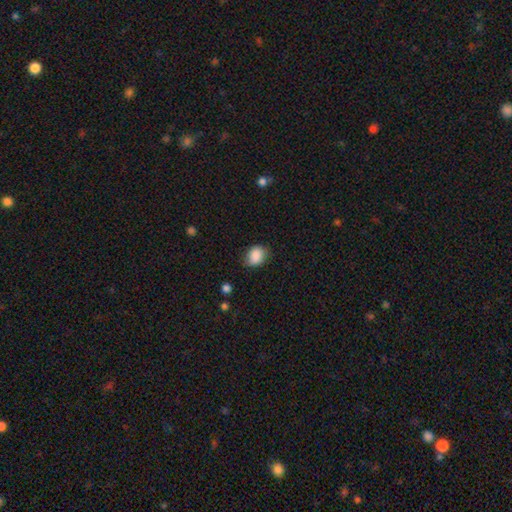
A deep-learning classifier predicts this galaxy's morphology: This is clearly a smooth galaxy (87%). How rounded: possibly in between (59%). Merging: likely none (73%).